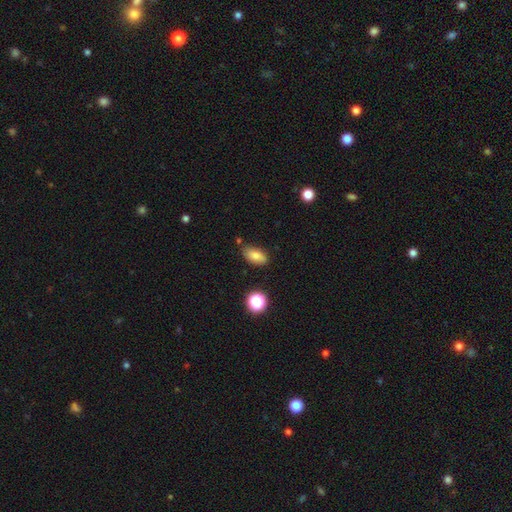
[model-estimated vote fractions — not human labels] Smooth or featured? smooth (80%)
How rounded? in between (89%)
Merging? none (78%)